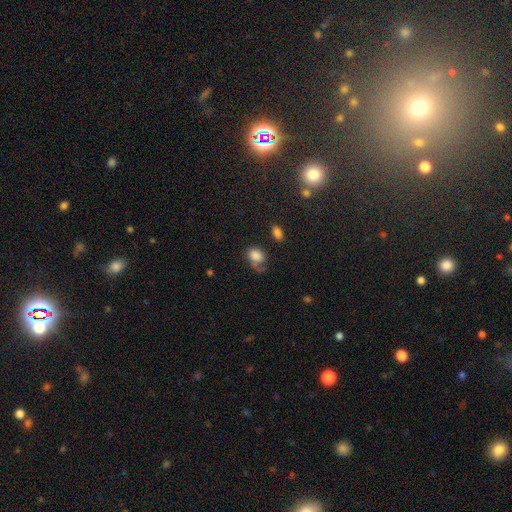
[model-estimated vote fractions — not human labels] Smooth or featured: smooth — 79% (featured or disk — 11%)
How rounded: in between — 71% (round — 28%)
Merging: none — 39% (minor disturbance — 26%)